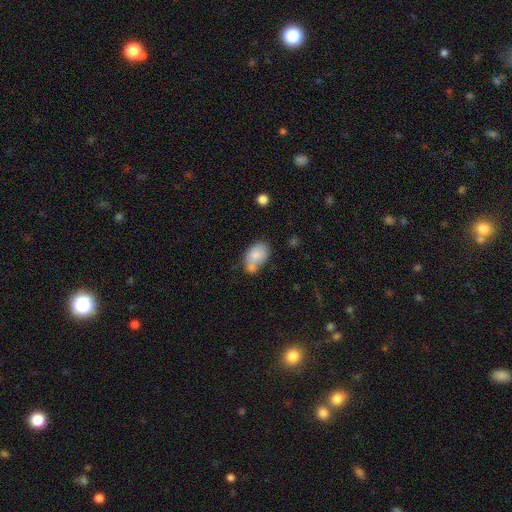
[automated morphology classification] The model was most divided on "merging" (2-way tie): none: 36%, merger: 36%, minor disturbance: 21%, major disturbance: 7%. More confident: how rounded — in between (84%); smooth or featured — smooth (77%).